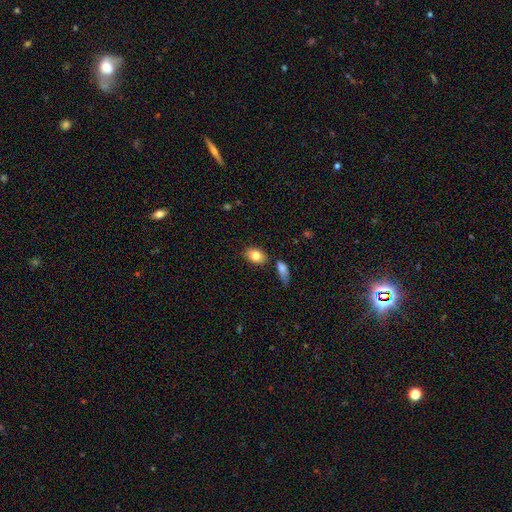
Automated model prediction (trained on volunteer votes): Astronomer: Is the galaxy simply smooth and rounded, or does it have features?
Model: smooth — 81%.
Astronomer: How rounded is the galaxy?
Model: in between — 80%.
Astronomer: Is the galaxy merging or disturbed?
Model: none — 76%.